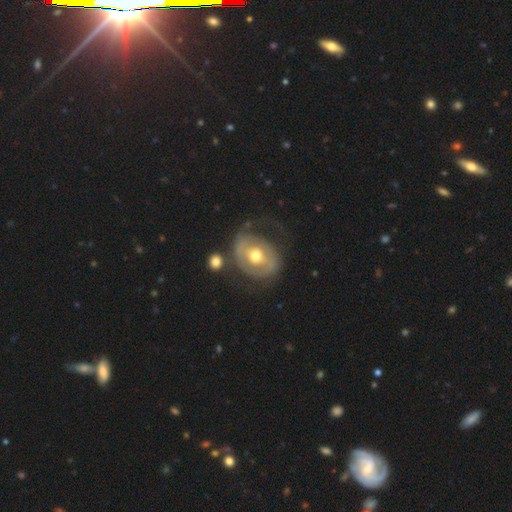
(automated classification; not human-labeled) Overall: featured or disk (68%). Edge-on disk: no (96%). Bar: no (67%). Spiral arms: no (51%; yes 49%). Bulge size: moderate (76%). Merging: none (55%; minor disturbance 22%).